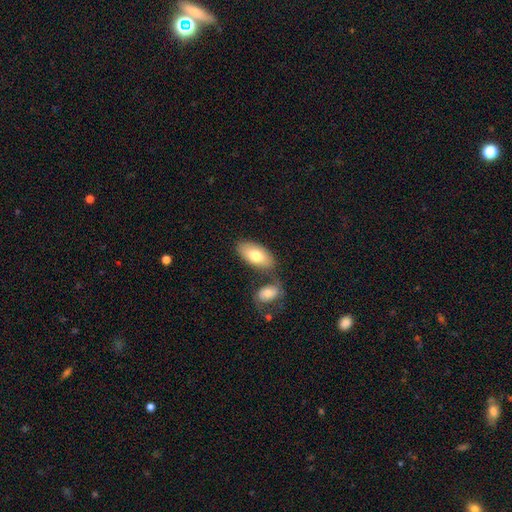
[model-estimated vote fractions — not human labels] smooth-or-featured: smooth: 74% | featured or disk: 19% | star or artifact: 6%
  how-rounded: in between: 93% | cigar-shaped: 4% | round: 3%
  merging: none: 62% | merger: 22% | minor disturbance: 12% | major disturbance: 4%